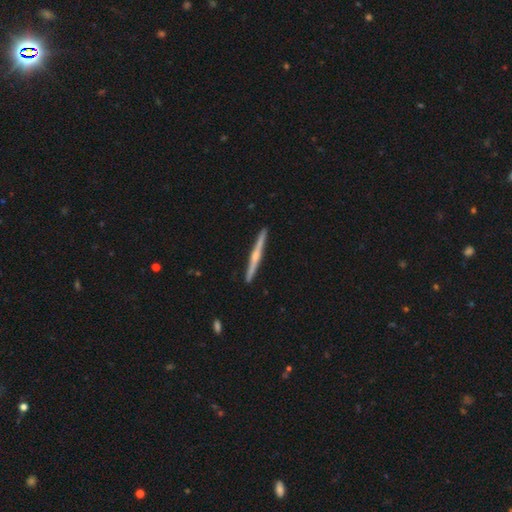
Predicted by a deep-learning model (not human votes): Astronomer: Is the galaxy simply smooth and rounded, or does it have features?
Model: featured or disk — 74%.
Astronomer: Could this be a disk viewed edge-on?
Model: yes — 98%.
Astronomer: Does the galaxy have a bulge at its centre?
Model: rounded — 75%.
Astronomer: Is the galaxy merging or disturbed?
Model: none — 93%.